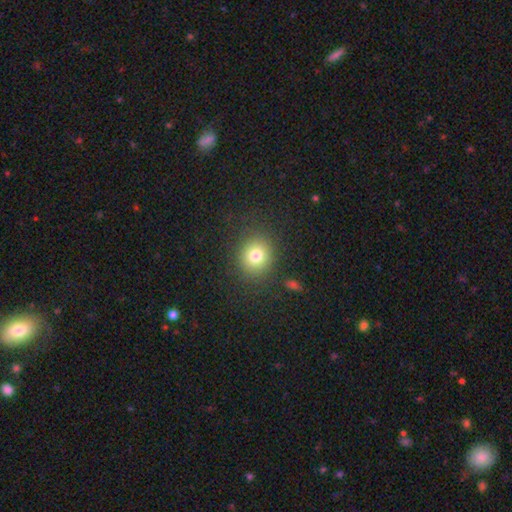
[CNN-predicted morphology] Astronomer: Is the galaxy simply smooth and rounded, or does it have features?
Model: smooth — 77%.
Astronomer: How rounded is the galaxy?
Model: round — 82%.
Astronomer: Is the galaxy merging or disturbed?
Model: none — 86%.